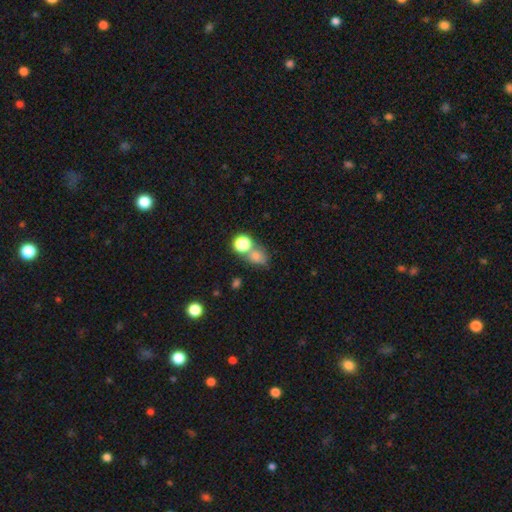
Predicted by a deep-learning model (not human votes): Q: Smooth or featured?
A: smooth (71%); runner-up: star or artifact (19%)
Q: How rounded?
A: round (58%); runner-up: in between (40%)
Q: Merging?
A: none (46%); runner-up: merger (34%)